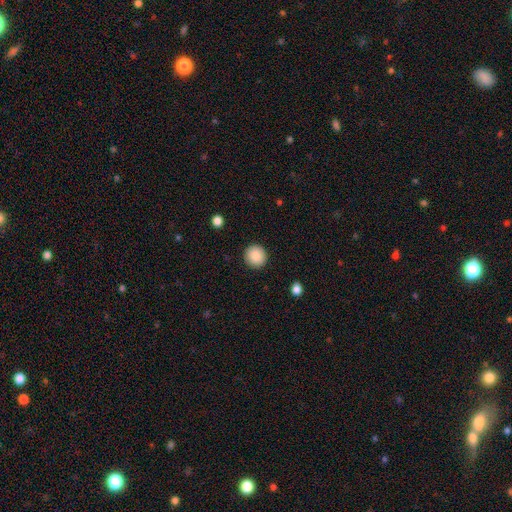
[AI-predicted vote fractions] Smooth or featured? smooth (88%)
How rounded? round (94%)
Merging? none (92%)